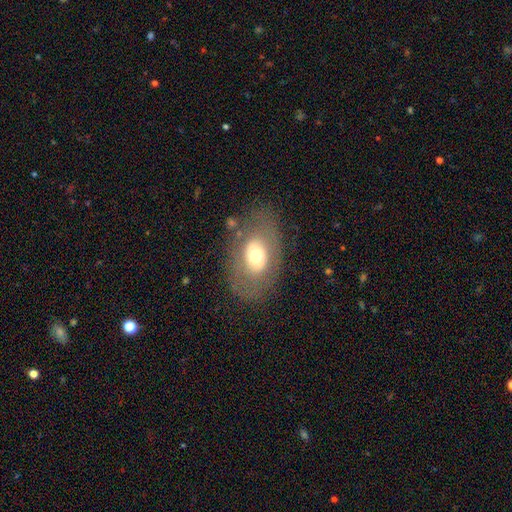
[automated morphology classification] This appears to be a smooth galaxy with no disk features (52%) that is in between round and cigar-shaped (79%). Merging: none (75%).